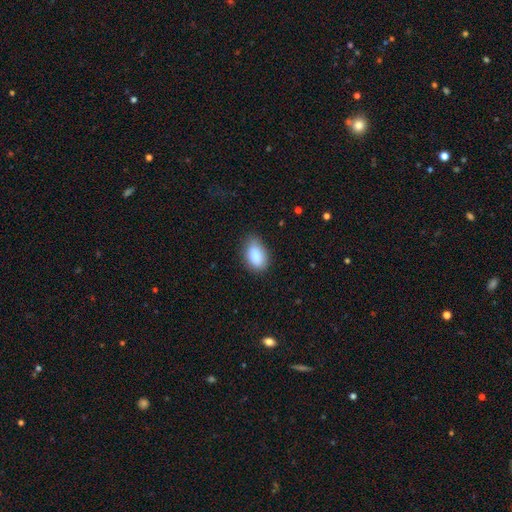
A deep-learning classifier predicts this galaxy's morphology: The model was most divided on "merging": none: 75%, minor disturbance: 20%, major disturbance: 4%, merger: 1%. More confident: how rounded — in between (91%); smooth or featured — smooth (88%).